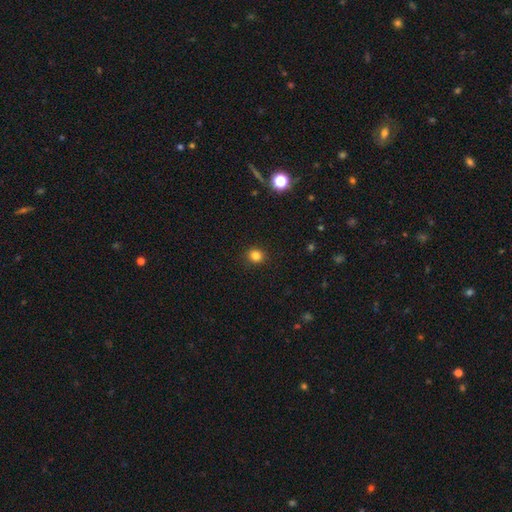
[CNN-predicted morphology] smooth-or-featured: smooth: 82% | star or artifact: 13% | featured or disk: 5%
  how-rounded: round: 83% | in between: 16% | cigar-shaped: 1%
  merging: none: 91% | minor disturbance: 6% | major disturbance: 2% | merger: 1%